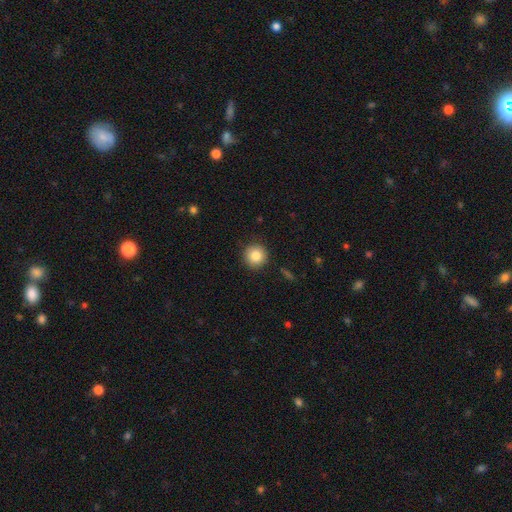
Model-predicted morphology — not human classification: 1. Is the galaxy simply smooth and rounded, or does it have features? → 84% smooth, 9% star or artifact, 7% featured or disk.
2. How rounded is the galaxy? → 95% round, 4% in between, 1% cigar-shaped.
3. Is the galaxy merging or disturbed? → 91% none, 6% minor disturbance, 2% major disturbance, 1% merger.